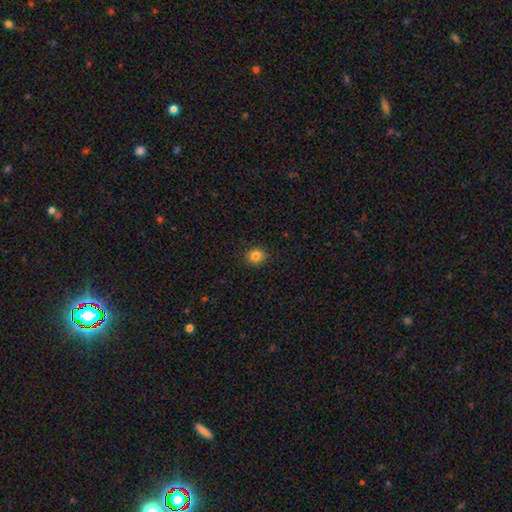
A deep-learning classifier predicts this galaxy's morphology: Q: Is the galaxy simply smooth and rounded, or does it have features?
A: smooth — 84%.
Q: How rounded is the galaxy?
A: round — 79%.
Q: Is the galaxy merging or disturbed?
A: none — 90%.